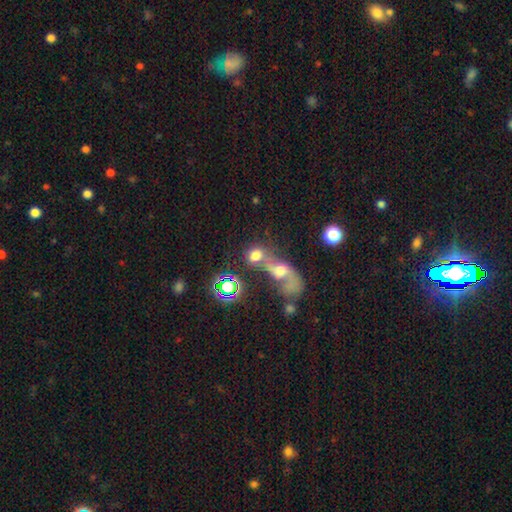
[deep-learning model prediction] A smooth galaxy with no disk features (61%) that is round (59%).

Vote fractions:
- Smooth or featured? smooth: 61% / star or artifact: 20% / featured or disk: 19%
- How rounded? round: 59% / in between: 37% / cigar-shaped: 4%
- Merging? merger: 52% / none: 30% / major disturbance: 9% / minor disturbance: 9%